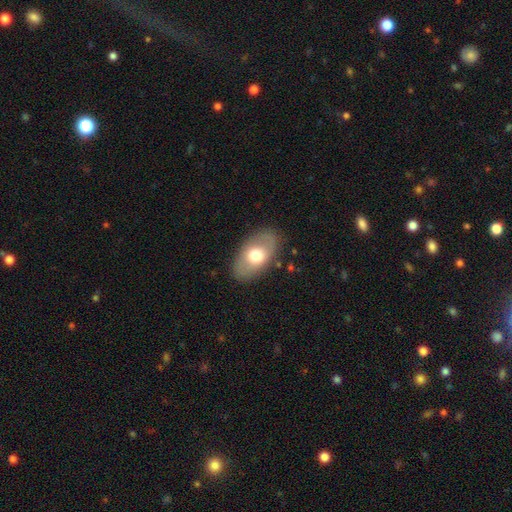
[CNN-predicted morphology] Smooth or featured: smooth — 62% (featured or disk — 32%)
How rounded: in between — 91% (round — 8%)
Merging: none — 84% (minor disturbance — 11%)